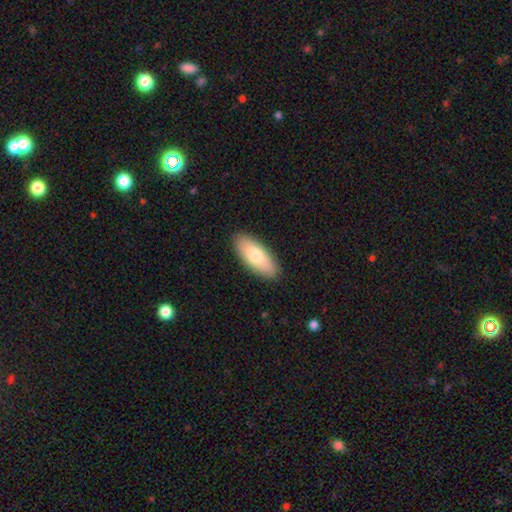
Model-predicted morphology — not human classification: Smooth or featured?
  - smooth: 77% *
  - featured or disk: 18%
  - star or artifact: 5%
How rounded?
  - in between: 80% *
  - cigar-shaped: 18%
  - round: 2%
Merging?
  - none: 89% *
  - minor disturbance: 8%
  - major disturbance: 2%
  - merger: 1%